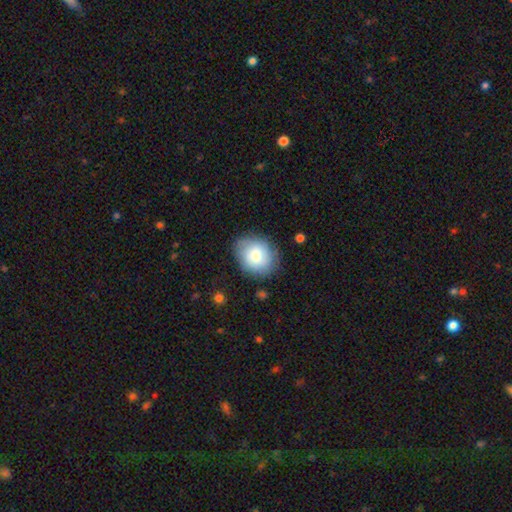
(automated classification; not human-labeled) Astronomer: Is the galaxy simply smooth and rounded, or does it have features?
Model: smooth — 74%.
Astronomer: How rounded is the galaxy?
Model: in between — 50% (runner-up: round, 49%).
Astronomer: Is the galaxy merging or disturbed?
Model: none — 78%.